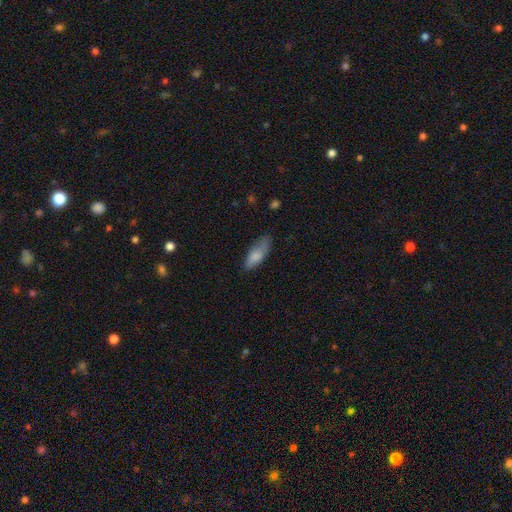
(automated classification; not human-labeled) Smooth or featured: smooth — 79% (featured or disk — 15%)
How rounded: in between — 69% (cigar-shaped — 29%)
Merging: none — 66% (minor disturbance — 26%)